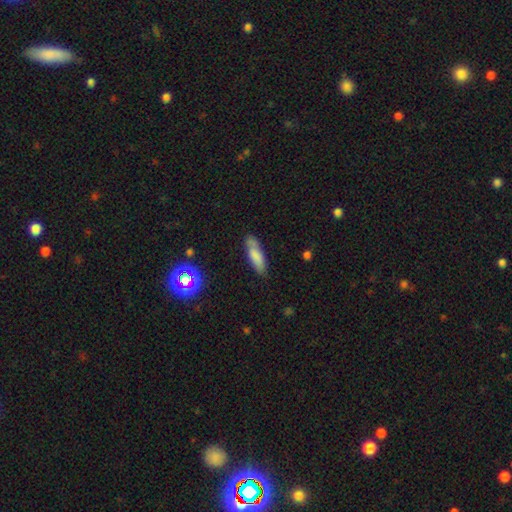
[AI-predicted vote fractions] Overall: smooth (74%). How rounded: cigar-shaped (53%; in between 45%). Merging: none (74%).